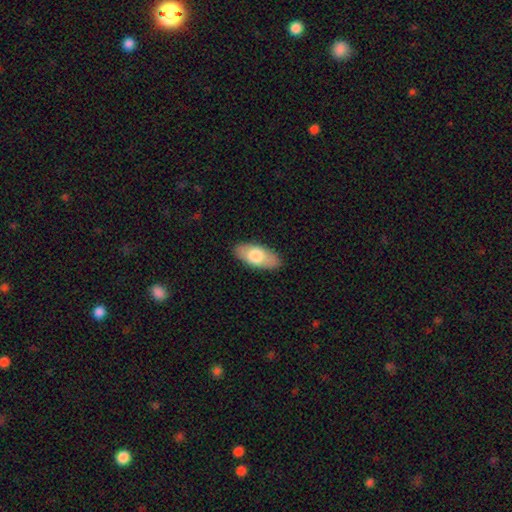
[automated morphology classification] A smooth galaxy with no disk features (73%) that is in between round and cigar-shaped (89%).

Vote fractions:
- Smooth or featured? smooth: 73% / featured or disk: 21% / star or artifact: 6%
- How rounded? in between: 89% / cigar-shaped: 8% / round: 3%
- Merging? none: 87% / minor disturbance: 10% / major disturbance: 2% / merger: 1%